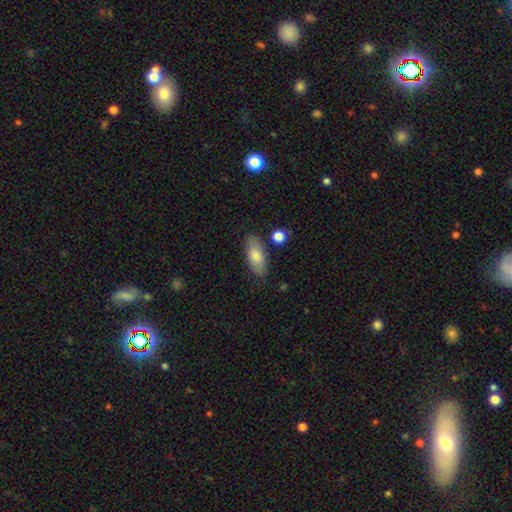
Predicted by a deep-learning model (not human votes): Smooth or featured? Predicted: smooth (p=0.76). How rounded? Predicted: in between (p=0.84). Merging? Predicted: none (p=0.81).